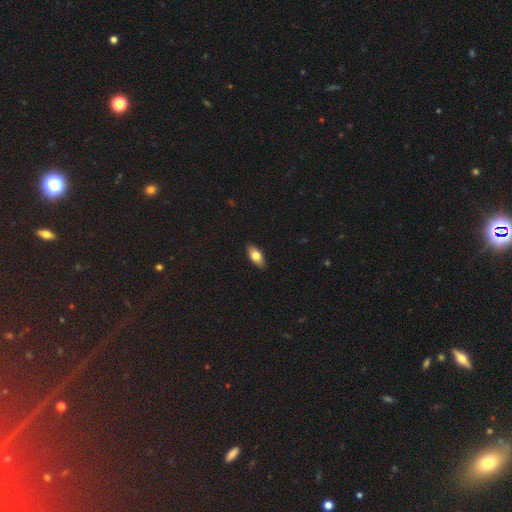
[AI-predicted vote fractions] Overall: smooth (75%). How rounded: in between (87%). Merging: none (88%).